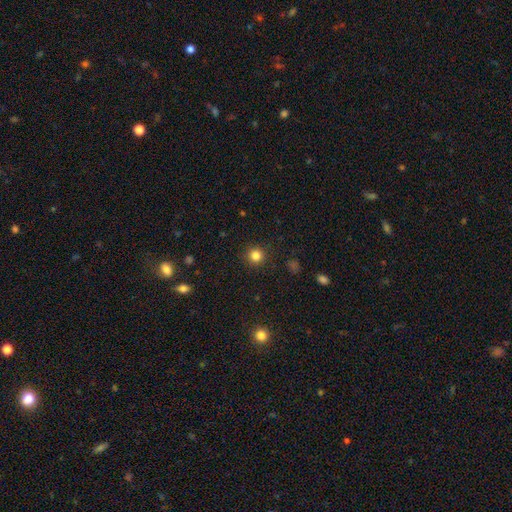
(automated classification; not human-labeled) smooth 83%, star or artifact 13%, featured or disk 4%. Down the decision tree: how rounded — round (94%); merging — none (91%).